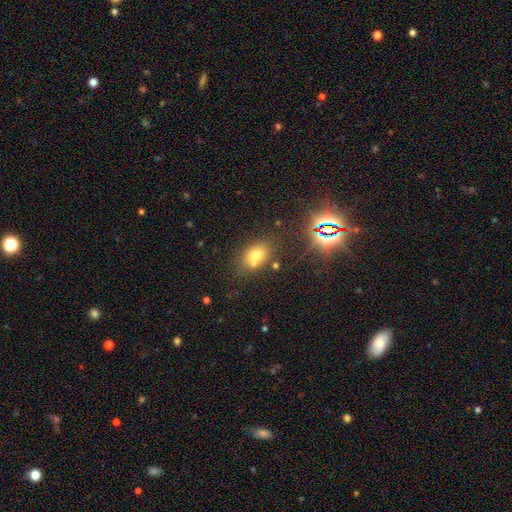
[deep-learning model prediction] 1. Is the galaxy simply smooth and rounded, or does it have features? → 61% smooth, 22% star or artifact, 17% featured or disk.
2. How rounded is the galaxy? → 67% in between, 31% round, 2% cigar-shaped.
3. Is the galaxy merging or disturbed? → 55% none, 26% merger, 14% minor disturbance, 5% major disturbance.